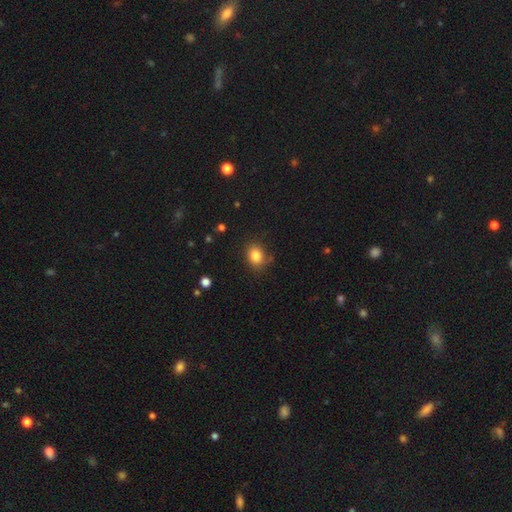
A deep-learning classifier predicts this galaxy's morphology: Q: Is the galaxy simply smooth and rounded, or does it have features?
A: smooth — 84%.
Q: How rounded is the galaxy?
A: in between — 50%.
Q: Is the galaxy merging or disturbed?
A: none — 79%.